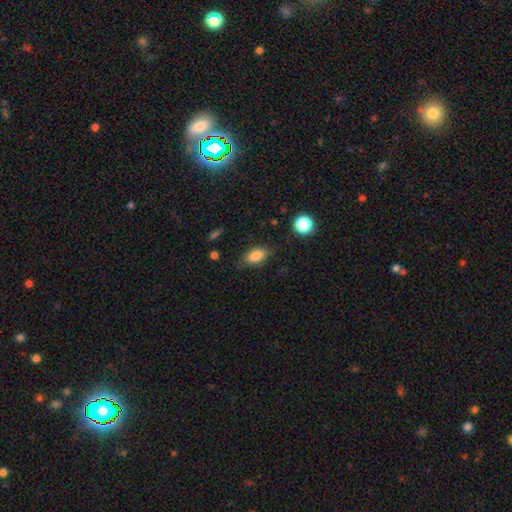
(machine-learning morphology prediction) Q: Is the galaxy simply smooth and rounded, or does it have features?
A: smooth — 84%.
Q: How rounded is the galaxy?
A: in between — 87%.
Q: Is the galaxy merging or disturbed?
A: none — 76%.